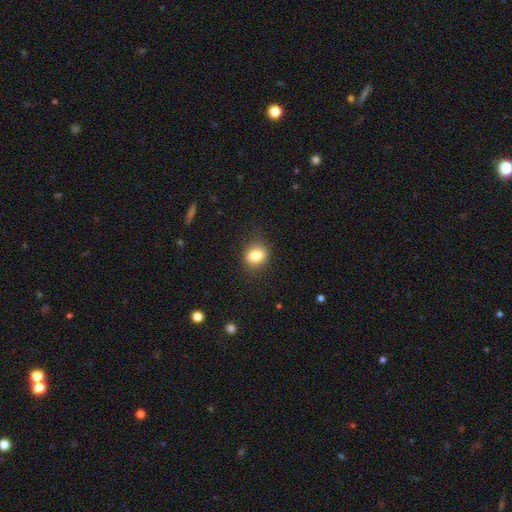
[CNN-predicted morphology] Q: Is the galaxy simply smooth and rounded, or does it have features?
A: smooth — 82%.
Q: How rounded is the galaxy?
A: round — 52%.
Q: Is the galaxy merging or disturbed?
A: none — 83%.